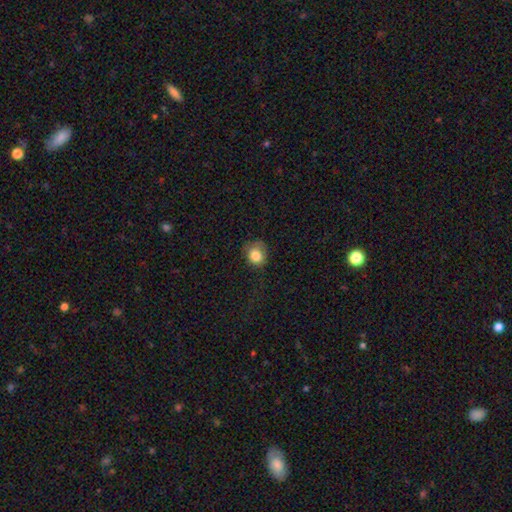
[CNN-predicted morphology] A smooth galaxy with no disk features (82%) that is round (74%). Merging: none (62%).